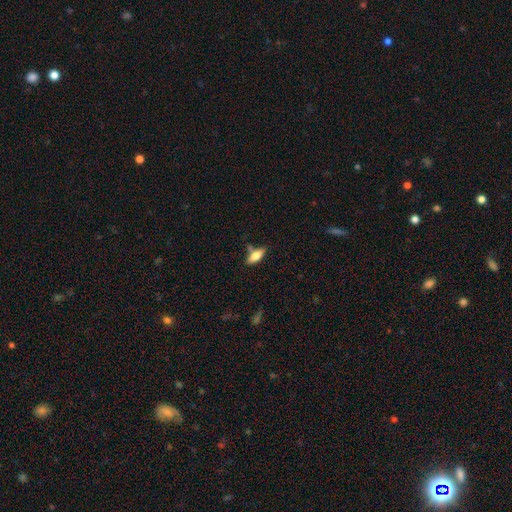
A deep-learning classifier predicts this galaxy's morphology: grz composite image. It shows a smooth galaxy with no disk features (70%) that is in between round and cigar-shaped (74%). Merging: none (69%).